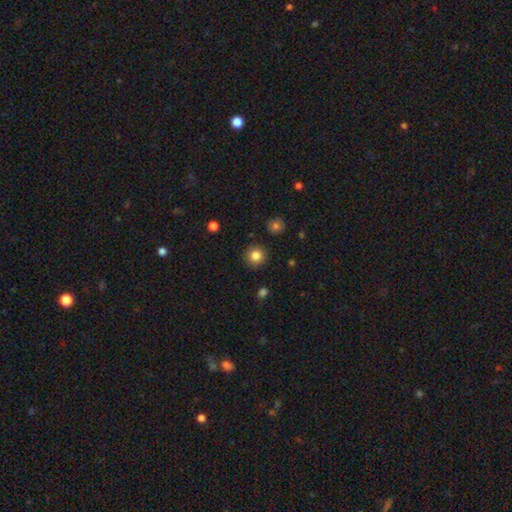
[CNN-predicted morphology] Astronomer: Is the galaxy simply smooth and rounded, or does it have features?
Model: smooth — 85%.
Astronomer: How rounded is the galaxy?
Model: round — 94%.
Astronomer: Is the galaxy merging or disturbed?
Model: none — 91%.